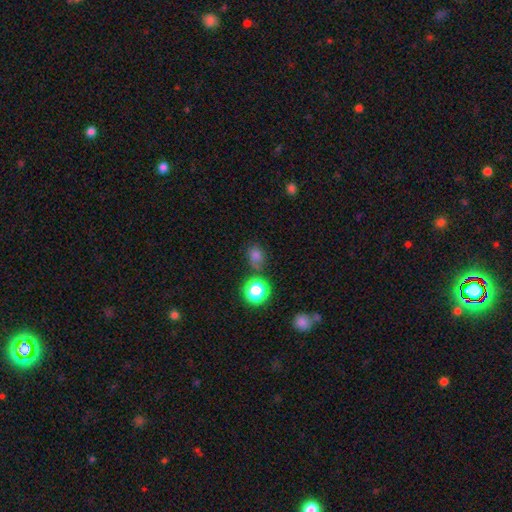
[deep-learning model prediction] smooth_or_featured: smooth (p=0.70) [alt: star or artifact p=0.23]
how_rounded: round (p=0.58) [alt: in between p=0.41]
merging: none (p=0.65) [alt: minor disturbance p=0.19]